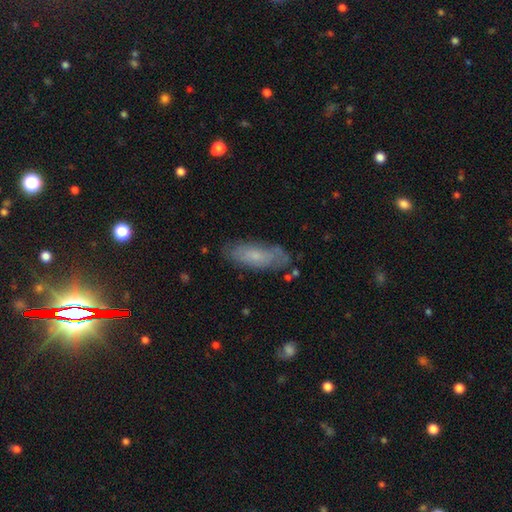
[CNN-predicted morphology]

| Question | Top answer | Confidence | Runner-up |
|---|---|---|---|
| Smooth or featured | smooth | 56% | featured or disk (35%) |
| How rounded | in between | 66% | cigar-shaped (32%) |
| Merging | none | 72% | minor disturbance (20%) |